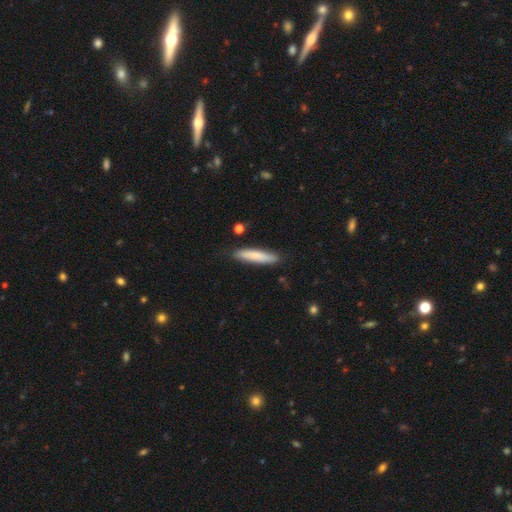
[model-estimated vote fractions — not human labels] Smooth or featured?
  - smooth: 79% *
  - featured or disk: 16%
  - star or artifact: 5%
How rounded?
  - cigar-shaped: 88% *
  - in between: 11%
  - round: 1%
Merging?
  - none: 86% *
  - minor disturbance: 10%
  - major disturbance: 2%
  - merger: 2%